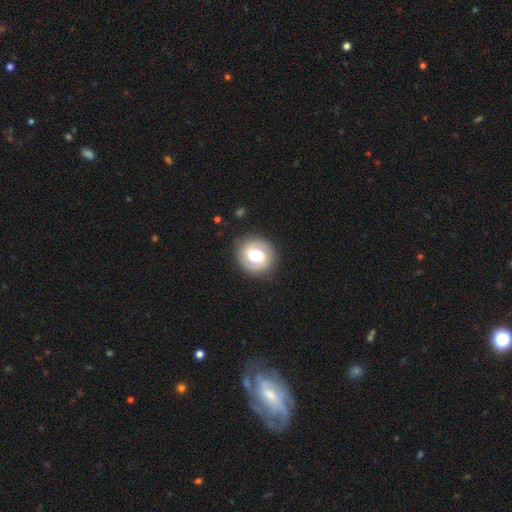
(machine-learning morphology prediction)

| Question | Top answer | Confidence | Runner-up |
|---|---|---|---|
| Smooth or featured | featured or disk | 47% | tied: smooth (47%) |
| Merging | none | 85% | minor disturbance (10%) |